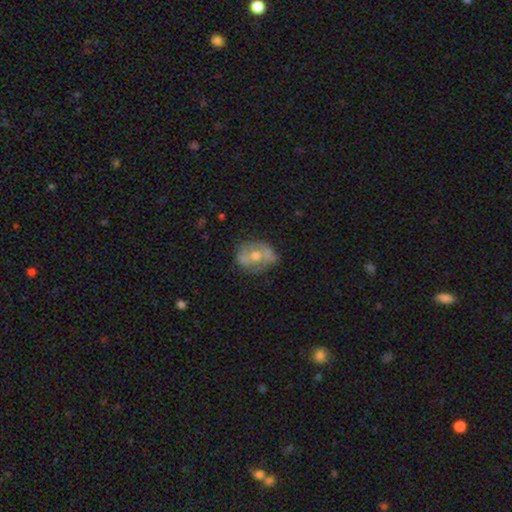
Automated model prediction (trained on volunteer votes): A featured or disk galaxy (54%) with no bar (63%), no spiral arms (62%) and a moderate central bulge (70%).

Vote fractions:
- Smooth or featured? featured or disk: 54% / smooth: 37% / star or artifact: 9%
- Edge-on disk? no: 94% / yes: 6%
- Bar? no: 63% / weak: 25% / strong: 13%
- Spiral arms? no: 62% / yes: 38%
- Bulge size? moderate: 70% / small: 24% / large: 3% / none: 2% / dominant: 1%
- Merging? none: 64% / minor disturbance: 25% / major disturbance: 8% / merger: 2%